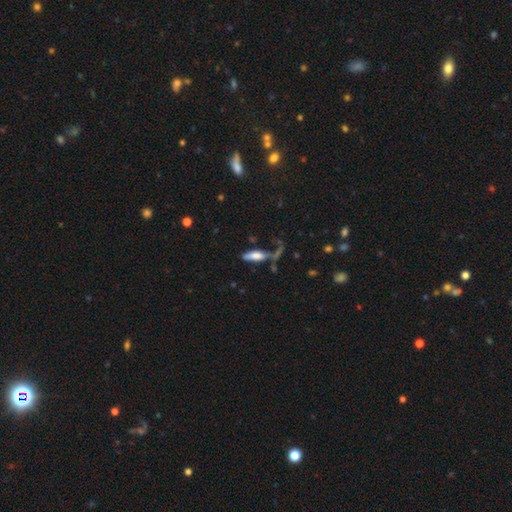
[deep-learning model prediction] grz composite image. It shows a smooth galaxy with no disk features (67%) that is in between round and cigar-shaped (53%). Merging: none (46%).